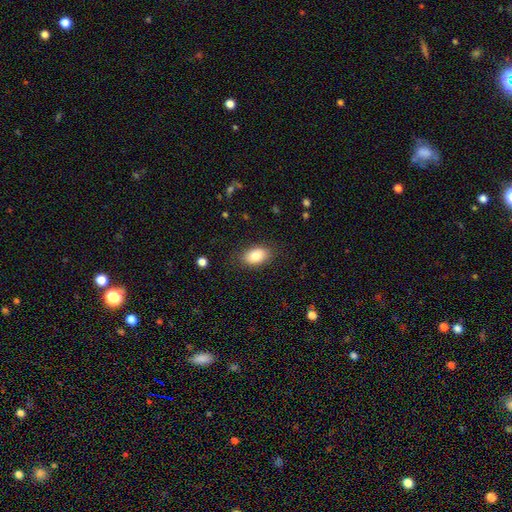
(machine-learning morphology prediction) Smooth or featured?
  - smooth: 83% *
  - featured or disk: 10%
  - star or artifact: 7%
How rounded?
  - in between: 90% *
  - round: 9%
  - cigar-shaped: 2%
Merging?
  - none: 84% *
  - minor disturbance: 12%
  - major disturbance: 3%
  - merger: 1%